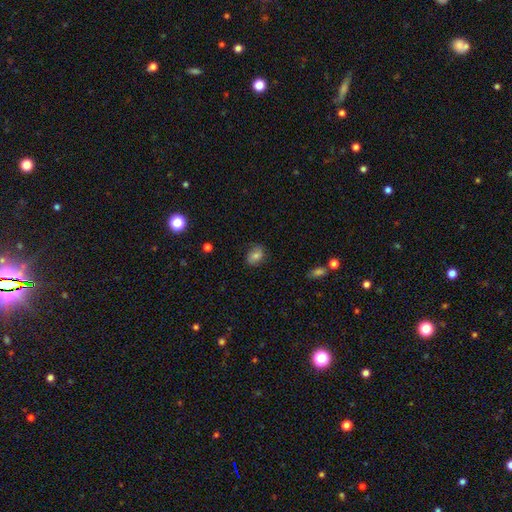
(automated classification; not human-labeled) Smooth or featured? Predicted: smooth (p=0.77). How rounded? Predicted: in between (p=0.70). Merging? Predicted: none (p=0.76).